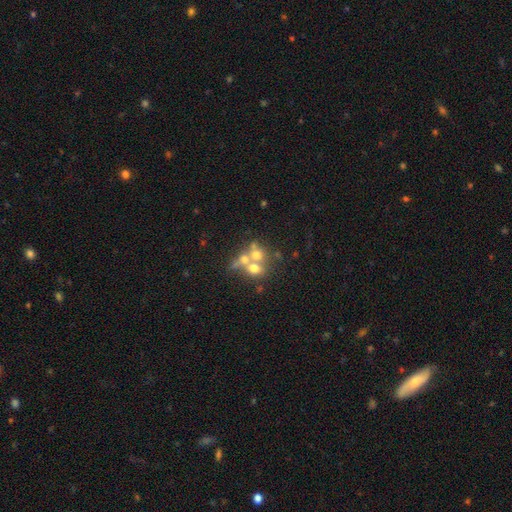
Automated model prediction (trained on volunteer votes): smooth 45%, featured or disk 36%, star or artifact 19%. Down the decision tree: merging — merger (57%).